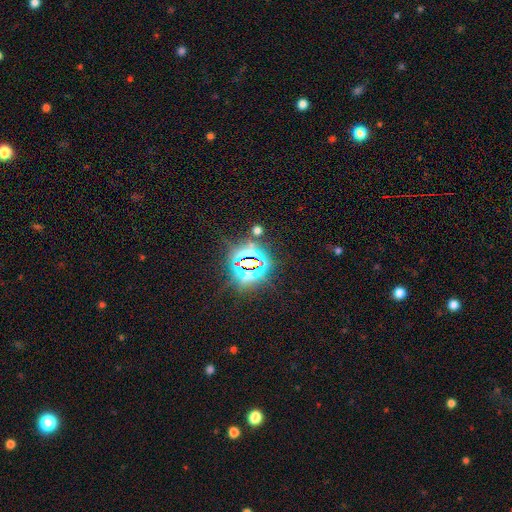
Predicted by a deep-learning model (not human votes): A star or artifact, not a galaxy (83%).

Vote fractions:
- Smooth or featured? star or artifact: 83% / smooth: 9% / featured or disk: 8%